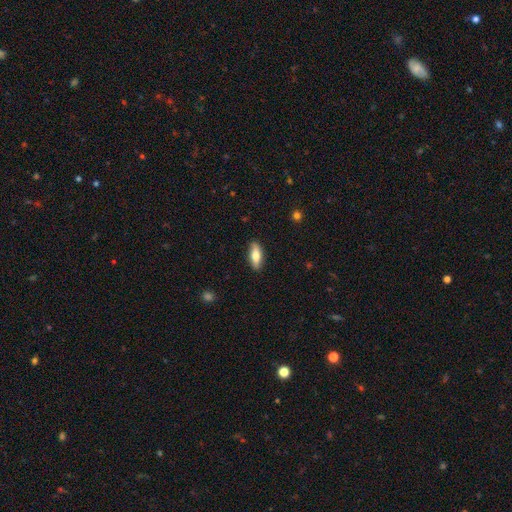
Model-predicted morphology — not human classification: Smooth or featured? smooth (71%)
How rounded? in between (65%)
Merging? none (87%)